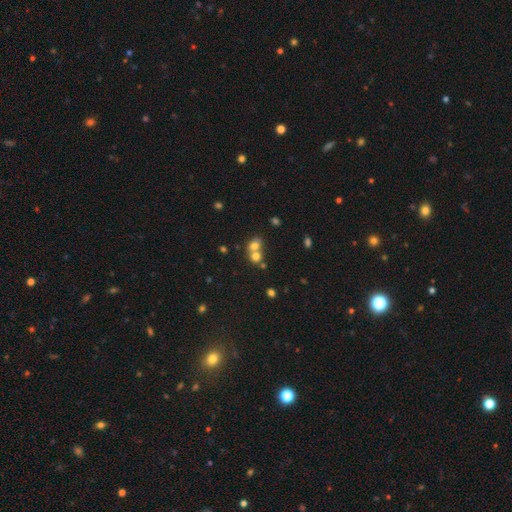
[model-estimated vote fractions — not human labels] Smooth or featured? Predicted: smooth (p=0.71). How rounded? Predicted: round (p=0.65). Merging? Predicted: merger (p=0.64).